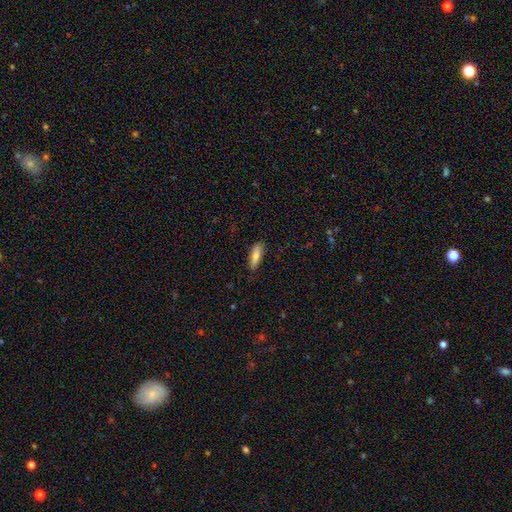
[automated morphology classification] A smooth galaxy with no disk features (78%) that is cigar-shaped (55%). Merging: none (84%).